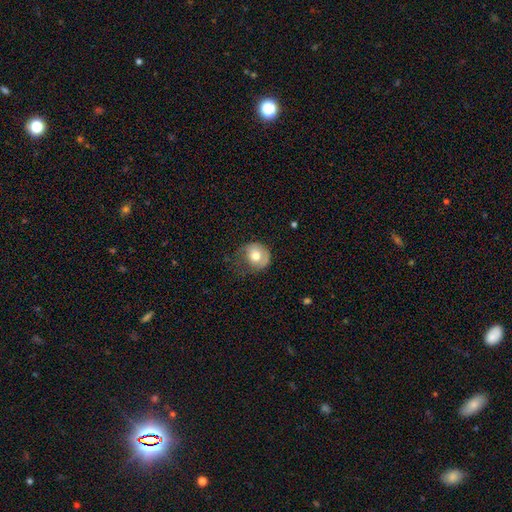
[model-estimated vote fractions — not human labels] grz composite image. It shows a smooth galaxy with no disk features (69%) that is round (78%). Merging: none (44%).